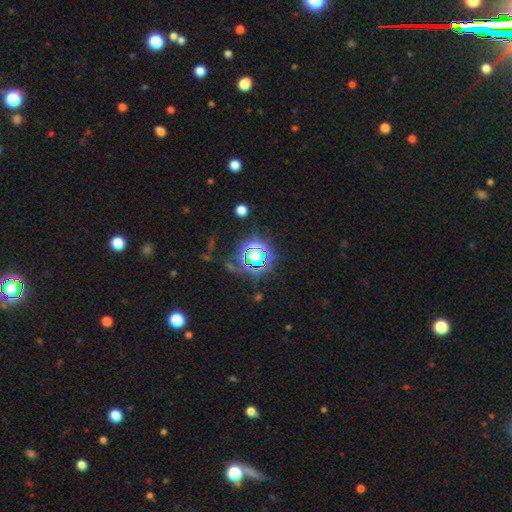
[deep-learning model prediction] Smooth or featured?
  - star or artifact: 68% *
  - smooth: 21%
  - featured or disk: 11%